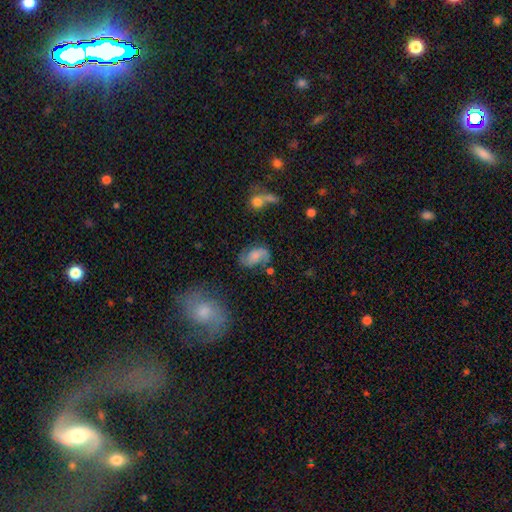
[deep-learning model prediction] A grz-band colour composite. It shows a featured or disk galaxy (58%) with no bar (59%), 2 (88%) loose (49%) spiral arms (90%) and no central bulge (34%). Merging: none (60%).